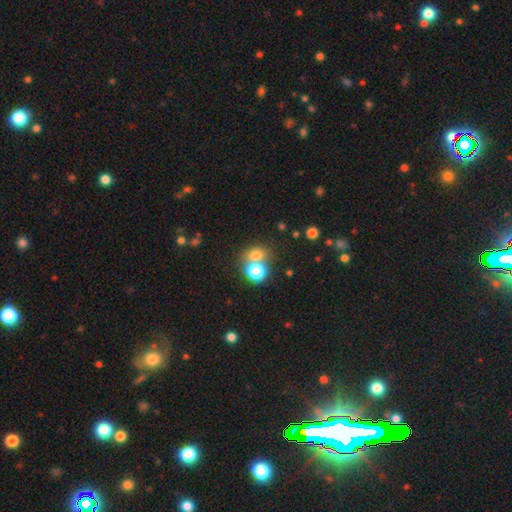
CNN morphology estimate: type=smooth (72%); roundness=round (65%); merging=none (46%).